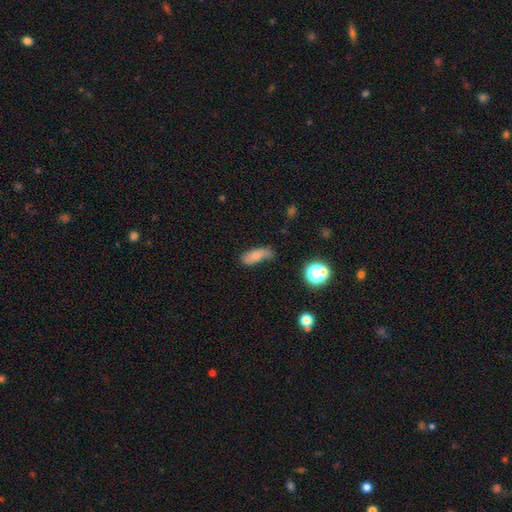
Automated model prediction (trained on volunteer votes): A smooth galaxy with no disk features (68%) that is in between round and cigar-shaped (79%).

Vote fractions:
- Smooth or featured? smooth: 68% / featured or disk: 22% / star or artifact: 11%
- How rounded? in between: 79% / cigar-shaped: 15% / round: 5%
- Merging? none: 40% / minor disturbance: 38% / major disturbance: 17% / merger: 5%